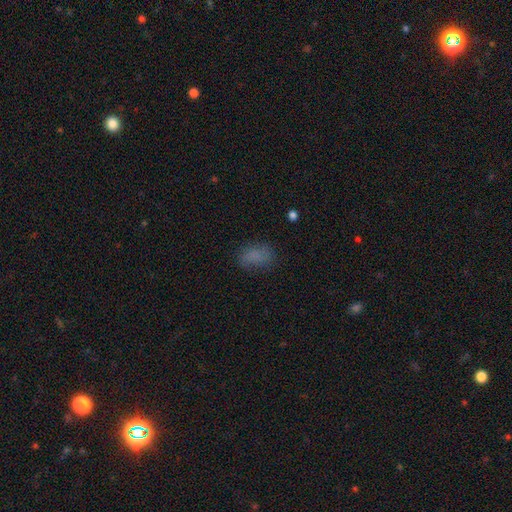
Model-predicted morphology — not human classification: smooth_or_featured: smooth (p=0.76) [alt: star or artifact p=0.14]
how_rounded: in between (p=0.84) [alt: round p=0.14]
merging: none (p=0.67) [alt: minor disturbance p=0.21]